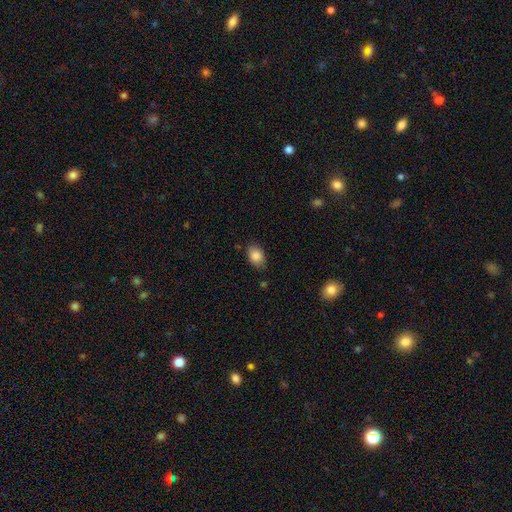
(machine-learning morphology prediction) type=smooth (86%); roundness=in between (78%); merging=none (77%).